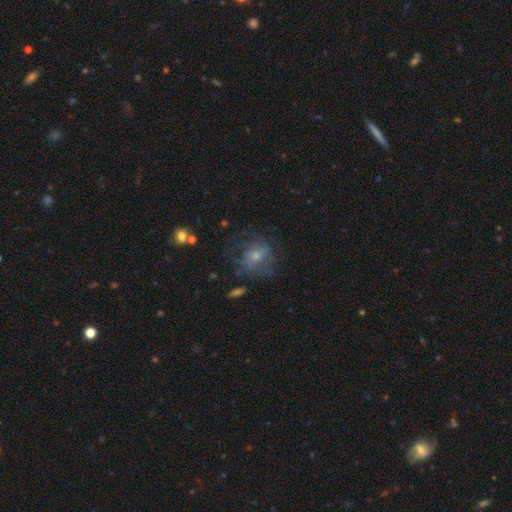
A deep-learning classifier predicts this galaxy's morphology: This appears to be a featured or disk galaxy (43%). Merging: none (58%).